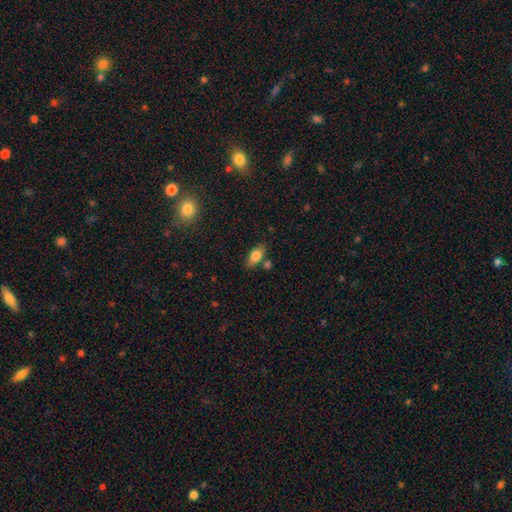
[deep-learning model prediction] Morphology: type=smooth (78%); roundness=in between (87%); merging=none (74%).